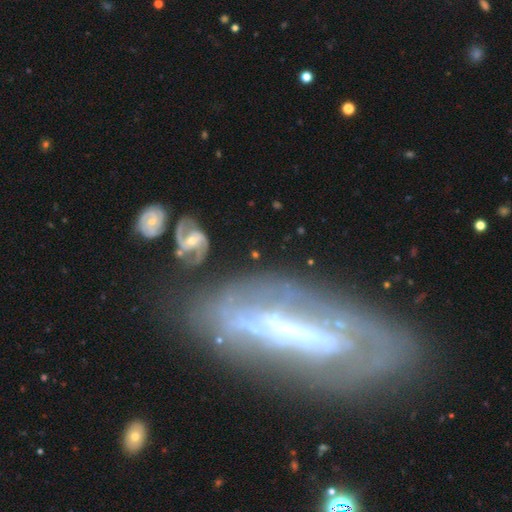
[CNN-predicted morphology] type=featured or disk (67%); edge-on=no (82%); bar=no (41%); spiral arms=yes (59%); bulge=moderate (35%); merging=none (49%).